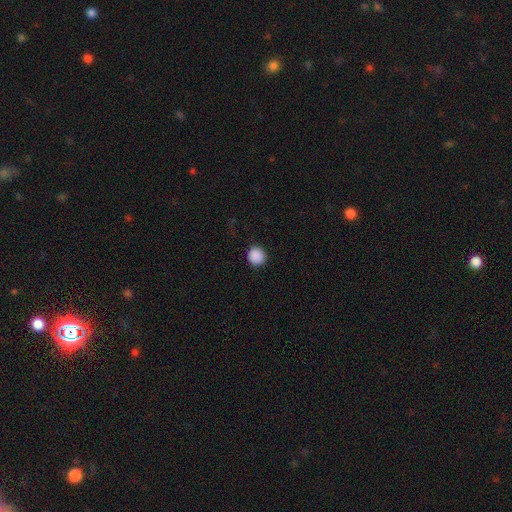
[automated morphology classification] A smooth galaxy with no disk features (89%) that is round (92%).

Vote fractions:
- Smooth or featured? smooth: 89% / star or artifact: 9% / featured or disk: 2%
- How rounded? round: 92% / in between: 7% / cigar-shaped: 1%
- Merging? none: 92% / minor disturbance: 5% / major disturbance: 2% / merger: 1%